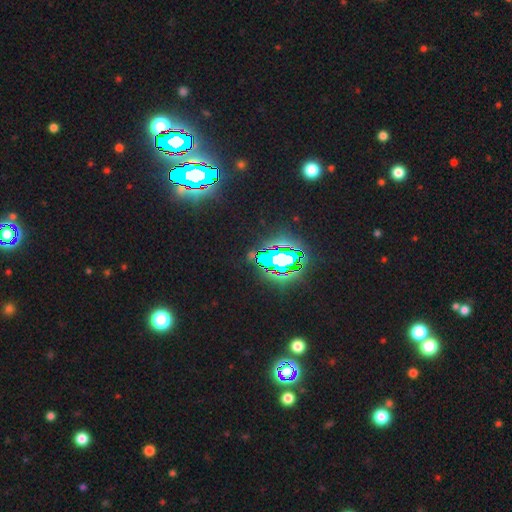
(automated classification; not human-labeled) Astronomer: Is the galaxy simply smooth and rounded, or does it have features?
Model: star or artifact — 75%.